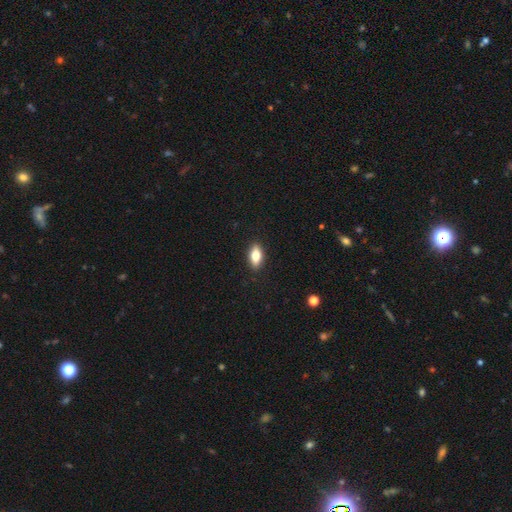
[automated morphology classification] This is likely a smooth galaxy (73%). How rounded: clearly in between (85%). Merging: clearly none (89%).